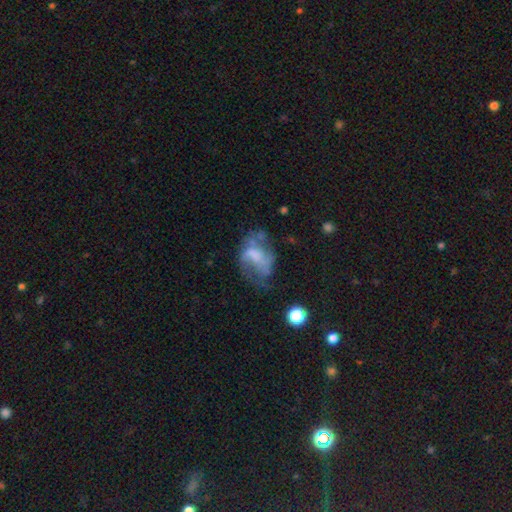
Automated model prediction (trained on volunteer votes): Smooth or featured: featured or disk — 57% (smooth — 31%)
Edge-on disk: no — 97% (yes — 3%)
Bar: no — 57% (weak — 33%)
Spiral arms: yes — 53% (no — 47%)
Bulge size: none — 44% (moderate — 24%)
Merging: major disturbance — 38% (none — 33%)